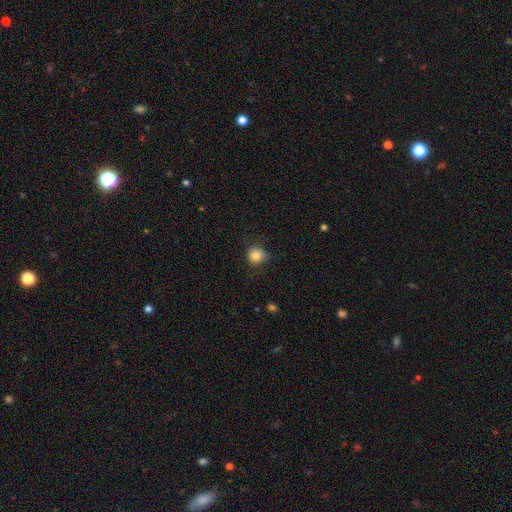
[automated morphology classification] smooth-or-featured: smooth: 83% | star or artifact: 11% | featured or disk: 6%
  how-rounded: round: 86% | in between: 13% | cigar-shaped: 1%
  merging: none: 70% | minor disturbance: 23% | major disturbance: 5% | merger: 1%